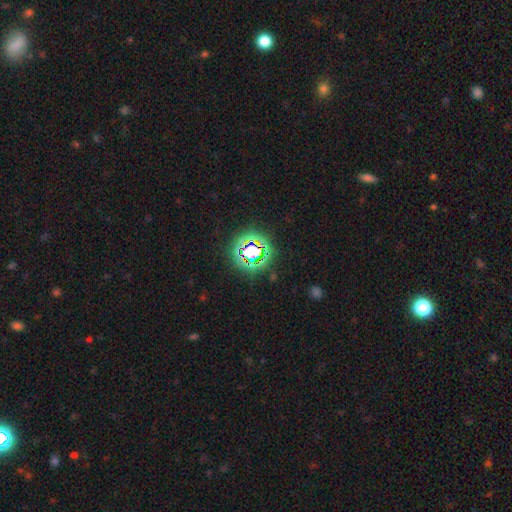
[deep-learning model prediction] This appears to be a star or artifact, not a galaxy (73%).